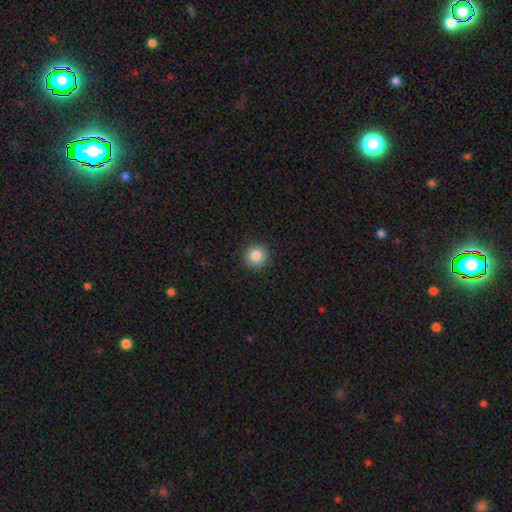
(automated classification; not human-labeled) This is clearly a smooth galaxy (84%). How rounded: clearly round (95%). Merging: clearly none (92%).